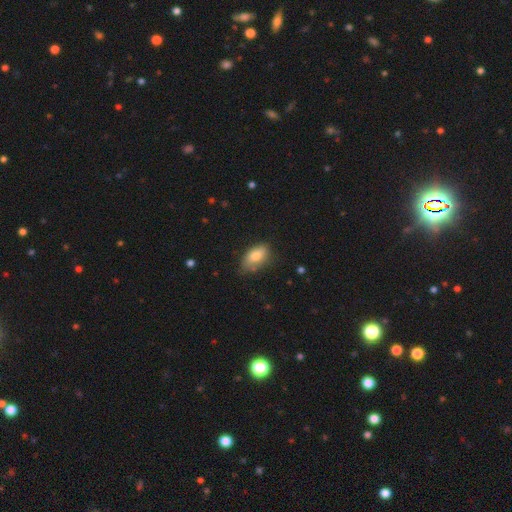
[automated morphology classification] Smooth or featured?
  - smooth: 80% *
  - featured or disk: 13%
  - star or artifact: 7%
How rounded?
  - in between: 91% *
  - round: 5%
  - cigar-shaped: 4%
Merging?
  - none: 66% *
  - minor disturbance: 27%
  - major disturbance: 6%
  - merger: 2%